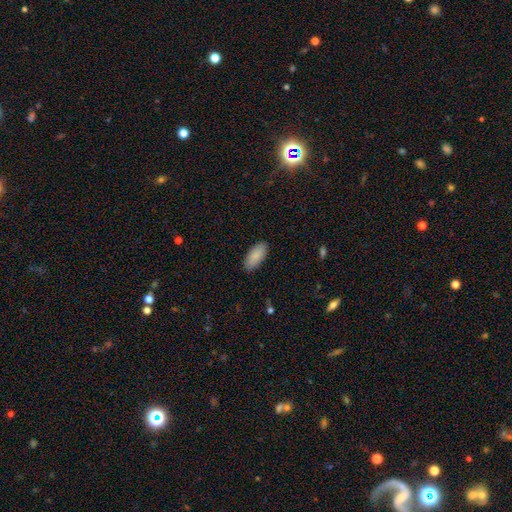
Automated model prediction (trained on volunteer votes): A smooth galaxy with no disk features (88%) that is in between round and cigar-shaped (91%).

Vote fractions:
- Smooth or featured? smooth: 88% / star or artifact: 6% / featured or disk: 6%
- How rounded? in between: 91% / cigar-shaped: 7% / round: 2%
- Merging? none: 89% / minor disturbance: 8% / major disturbance: 2% / merger: 1%